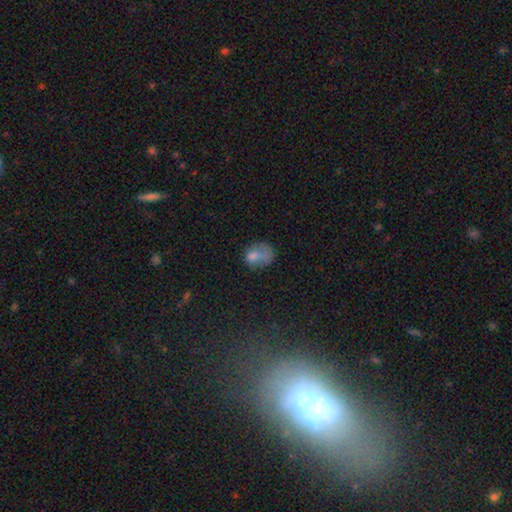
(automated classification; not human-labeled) smooth 72%, featured or disk 16%, star or artifact 12%. Down the decision tree: how rounded — in between (57%); merging — none (38%).